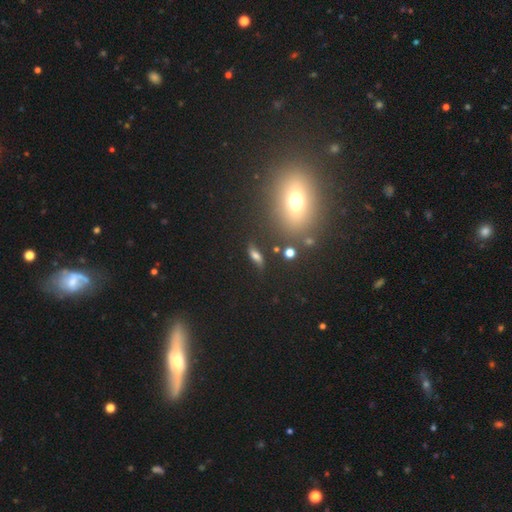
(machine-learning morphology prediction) smooth-or-featured: smooth: 50% | featured or disk: 33% | star or artifact: 16%
  how-rounded: in between: 53% | cigar-shaped: 36% | round: 11%
  merging: none: 70% | minor disturbance: 17% | major disturbance: 7% | merger: 5%